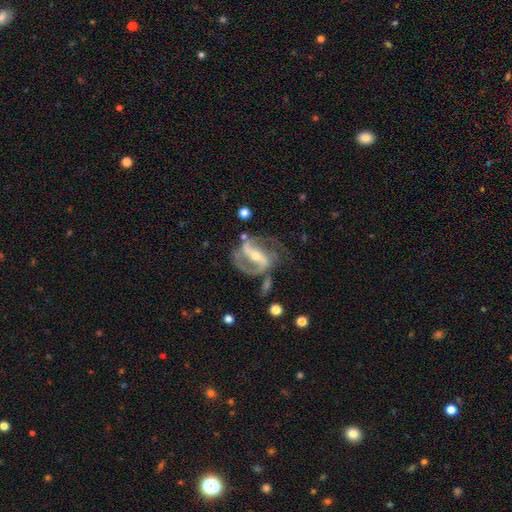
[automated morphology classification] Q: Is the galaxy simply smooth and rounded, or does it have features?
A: featured or disk — 90%.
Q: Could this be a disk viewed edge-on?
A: no — 96%.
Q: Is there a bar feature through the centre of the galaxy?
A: strong — 64%.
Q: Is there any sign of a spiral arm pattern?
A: yes — 95%.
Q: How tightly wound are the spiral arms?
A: medium — 53%.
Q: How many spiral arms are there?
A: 2 — 83%.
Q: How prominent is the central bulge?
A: small — 49%.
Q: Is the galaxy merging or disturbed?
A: none — 58%.